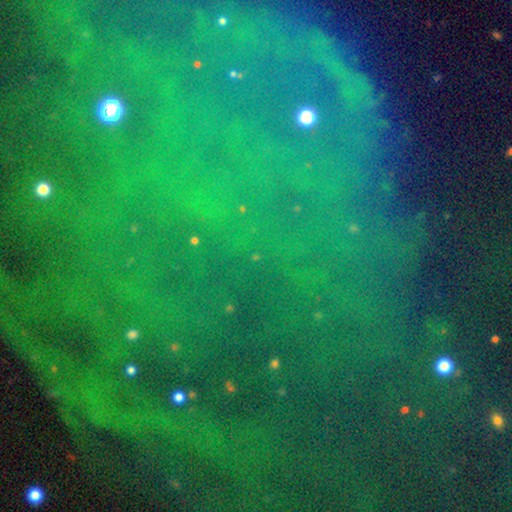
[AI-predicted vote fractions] Overall: star or artifact (78%).